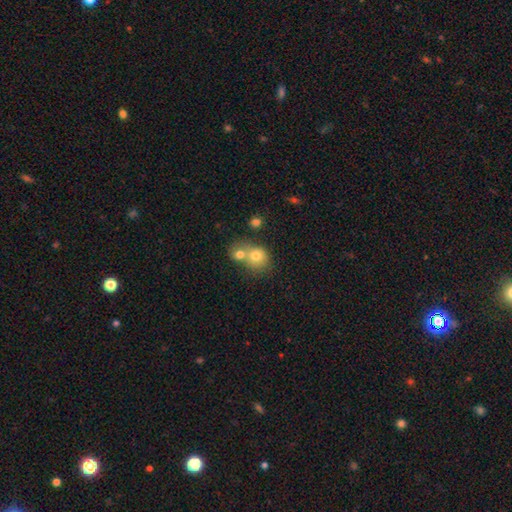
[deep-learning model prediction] A smooth galaxy with no disk features (73%) that is round (73%). Merging: merger (61%).